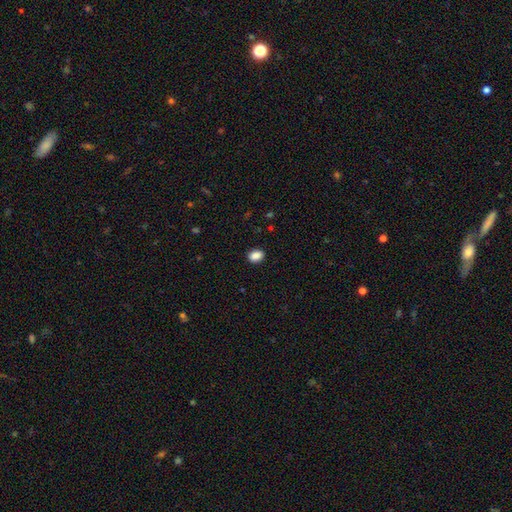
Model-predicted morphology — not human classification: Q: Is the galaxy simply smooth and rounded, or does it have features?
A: smooth — 88%.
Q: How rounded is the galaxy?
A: in between — 70%.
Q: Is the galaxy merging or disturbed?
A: none — 89%.